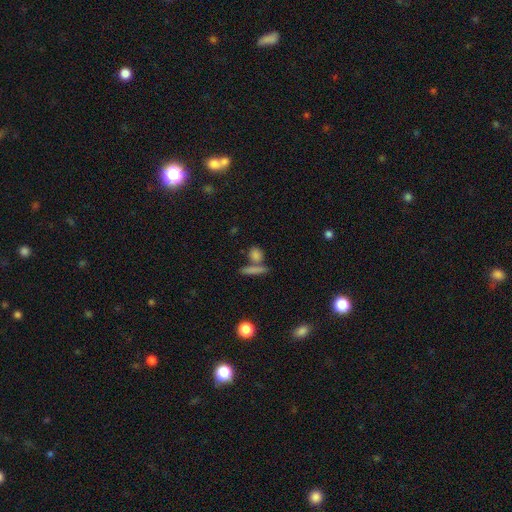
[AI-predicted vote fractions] smooth_or_featured: smooth (p=0.80) [alt: star or artifact p=0.10]
how_rounded: round (p=0.40) [alt: in between p=0.35]
merging: none (p=0.62) [alt: merger p=0.25]